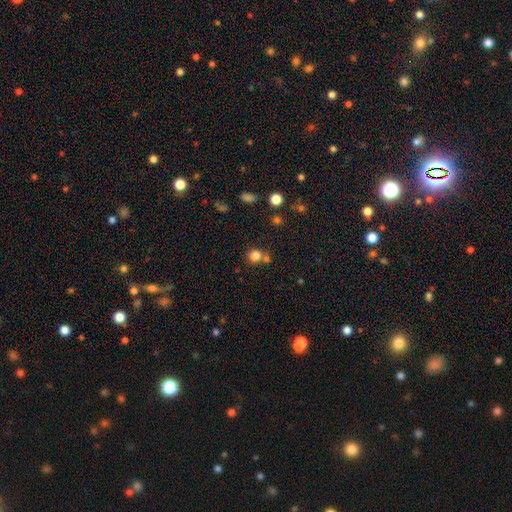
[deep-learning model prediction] Smooth or featured? Predicted: smooth (p=0.80). How rounded? Predicted: round (p=0.83). Merging? Predicted: none (p=0.59).